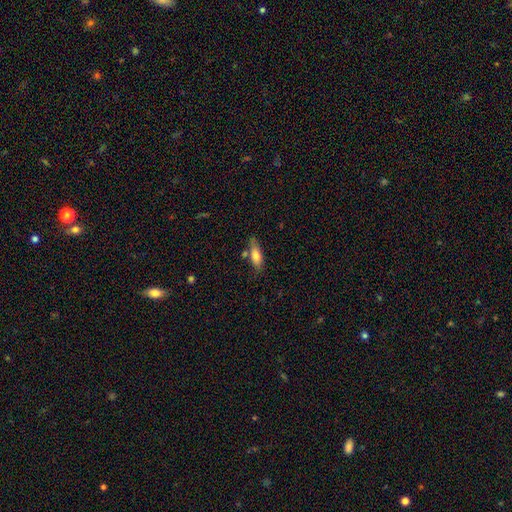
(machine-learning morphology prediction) A smooth galaxy with no disk features (73%) that is in between round and cigar-shaped (60%). Merging: none (63%).